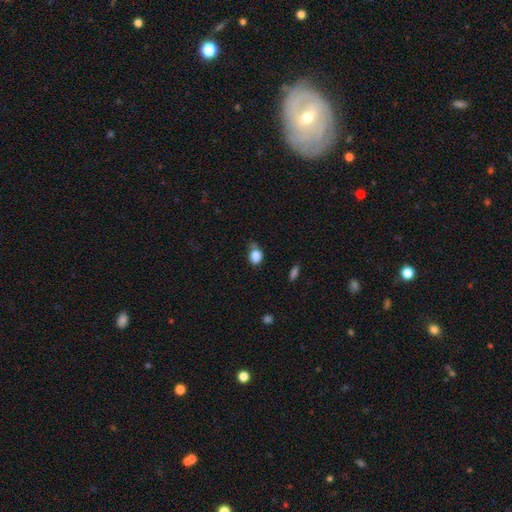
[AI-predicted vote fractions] Smooth or featured?
  - smooth: 85% *
  - star or artifact: 10%
  - featured or disk: 6%
How rounded?
  - in between: 51% *
  - round: 48%
  - cigar-shaped: 1%
Merging?
  - none: 49% *
  - minor disturbance: 33%
  - major disturbance: 11%
  - merger: 8%